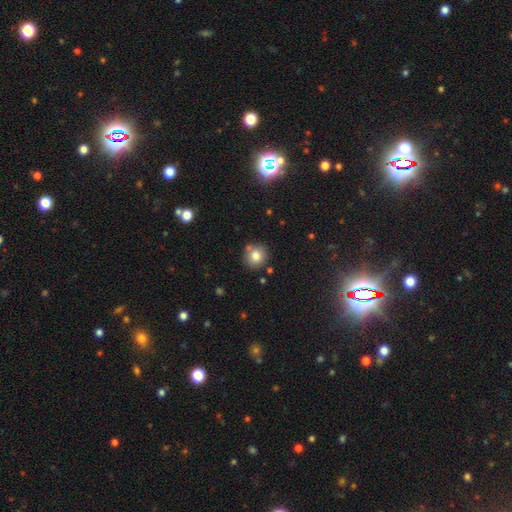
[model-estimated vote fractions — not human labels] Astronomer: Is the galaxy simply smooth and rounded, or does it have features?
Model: smooth — 80%.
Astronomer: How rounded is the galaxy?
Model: round — 88%.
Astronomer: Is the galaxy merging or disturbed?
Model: none — 79%.